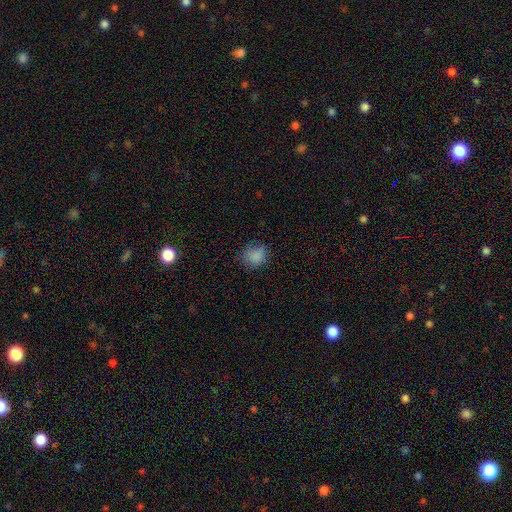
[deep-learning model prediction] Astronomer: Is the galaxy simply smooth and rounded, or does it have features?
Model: smooth — 84%.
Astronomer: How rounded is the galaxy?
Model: round — 76%.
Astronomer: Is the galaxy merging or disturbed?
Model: none — 77%.